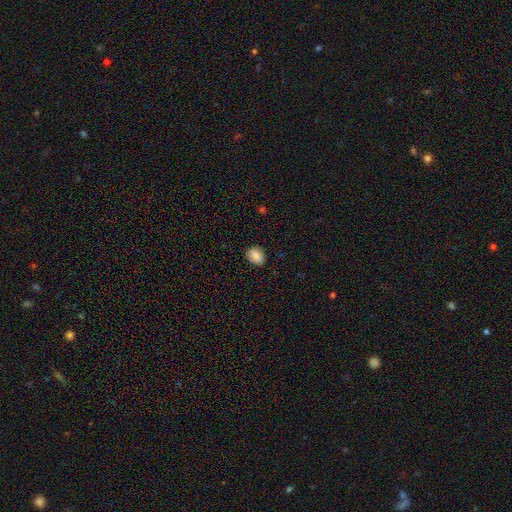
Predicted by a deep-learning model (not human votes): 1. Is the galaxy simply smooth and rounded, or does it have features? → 84% smooth, 8% star or artifact, 8% featured or disk.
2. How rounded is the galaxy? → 62% in between, 37% round, 1% cigar-shaped.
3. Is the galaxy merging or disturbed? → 87% none, 10% minor disturbance, 2% major disturbance, 1% merger.